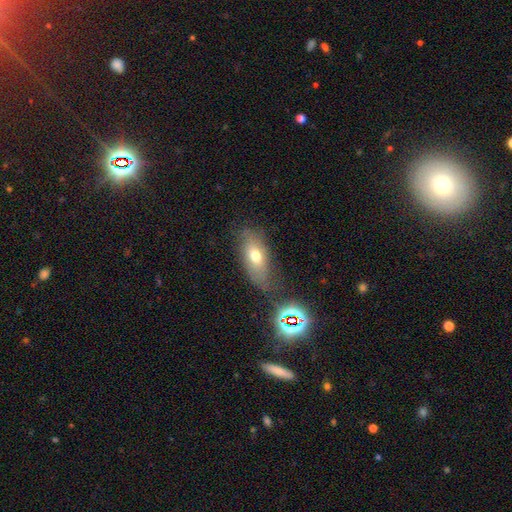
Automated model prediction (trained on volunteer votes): A smooth galaxy with no disk features (63%) that is in between round and cigar-shaped (81%).

Vote fractions:
- Smooth or featured? smooth: 63% / featured or disk: 25% / star or artifact: 12%
- How rounded? in between: 81% / cigar-shaped: 12% / round: 7%
- Merging? none: 61% / minor disturbance: 22% / major disturbance: 10% / merger: 8%